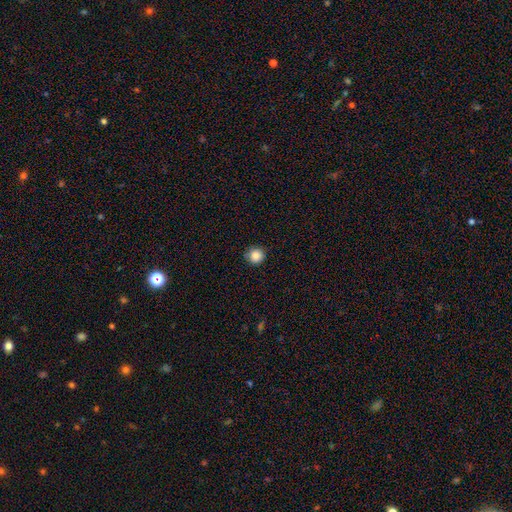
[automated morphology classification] Smooth or featured?
  - smooth: 86% *
  - star or artifact: 10%
  - featured or disk: 4%
How rounded?
  - round: 93% *
  - in between: 6%
  - cigar-shaped: 1%
Merging?
  - none: 84% *
  - minor disturbance: 12%
  - major disturbance: 2%
  - merger: 1%